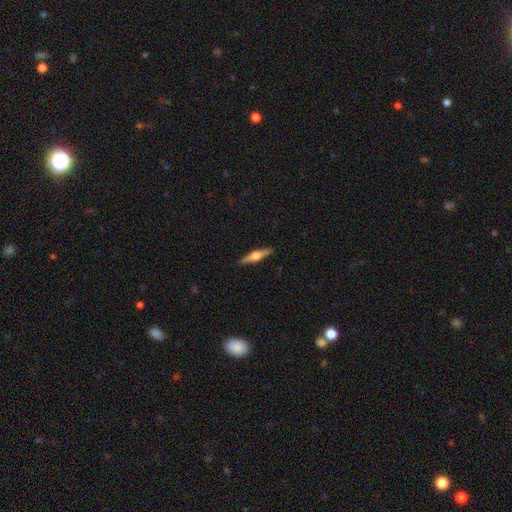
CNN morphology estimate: This is likely a featured or disk galaxy (71%). It is clearly viewed edge-on (98%). Edge-on bulge: clearly rounded (92%). Merging: clearly none (91%).